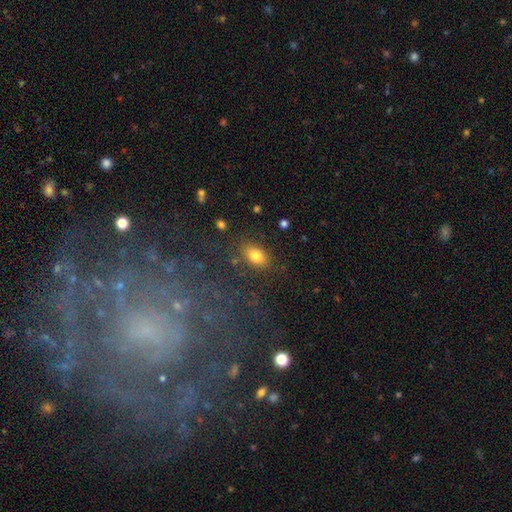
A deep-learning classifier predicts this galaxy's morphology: Smooth or featured: smooth — 80% (featured or disk — 10%)
How rounded: in between — 86% (round — 11%)
Merging: none — 81% (minor disturbance — 11%)